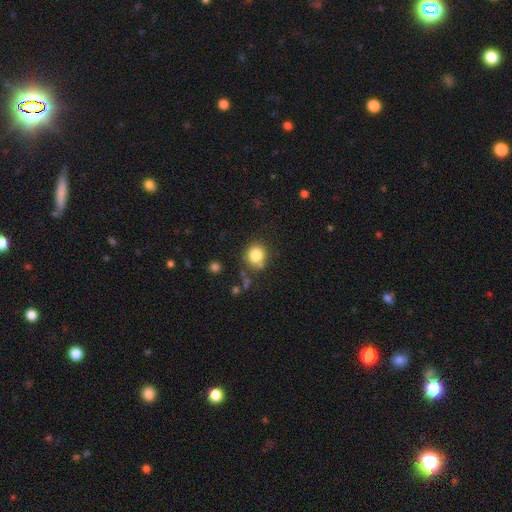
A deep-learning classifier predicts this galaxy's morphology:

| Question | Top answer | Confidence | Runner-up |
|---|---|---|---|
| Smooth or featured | smooth | 82% | star or artifact (11%) |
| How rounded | round | 84% | in between (15%) |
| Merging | none | 73% | minor disturbance (15%) |